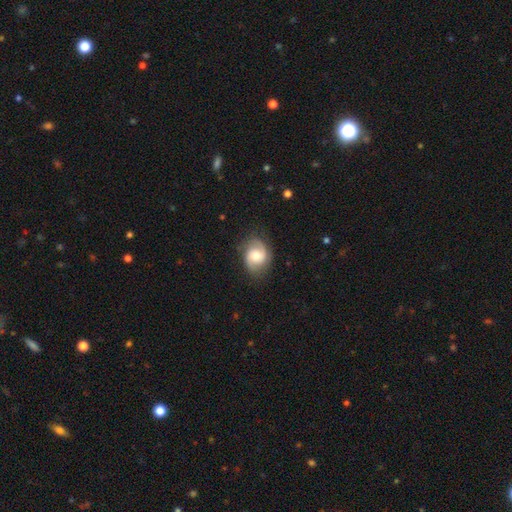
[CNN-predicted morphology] smooth-or-featured: featured or disk: 63% | smooth: 30% | star or artifact: 7%
  disk-edge-on: no: 98% | yes: 2%
    bar: no: 64% | weak: 31% | strong: 6%
    has-spiral-arms: yes: 89% | no: 11%
      spiral-winding: medium: 45% | tight: 34% | loose: 21%
      spiral-arm-count: 2: 83% | can't tell: 9% | 1: 3% | 3: 3% | 4: 1% | more than 4: 1%
    bulge-size: moderate: 65% | small: 23% | large: 9% | none: 2% | dominant: 1%
  merging: none: 76% | minor disturbance: 17% | major disturbance: 6% | merger: 1%